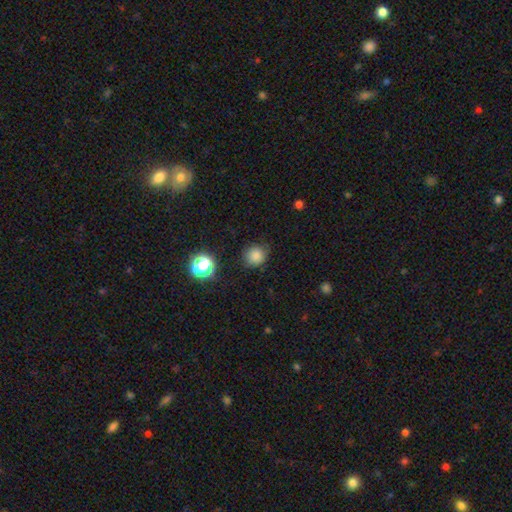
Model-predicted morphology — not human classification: Smooth or featured? smooth (82%)
How rounded? round (89%)
Merging? none (80%)